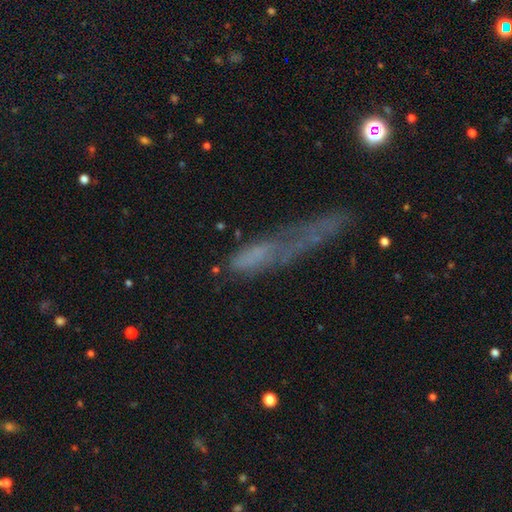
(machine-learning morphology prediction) Smooth or featured: smooth — 47% (featured or disk — 34%)
Merging: major disturbance — 39% (none — 29%)